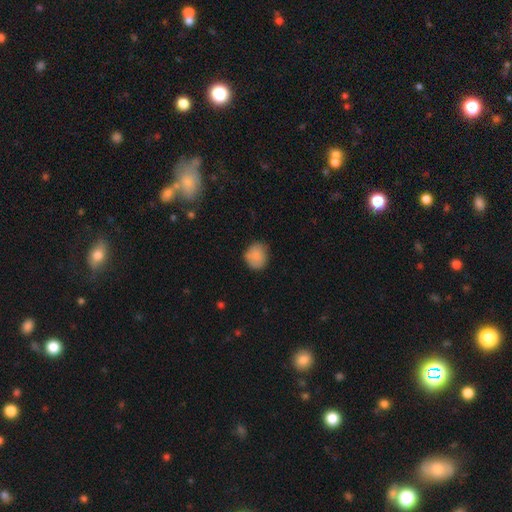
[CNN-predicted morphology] A smooth galaxy with no disk features (86%) that is round (74%).

Vote fractions:
- Smooth or featured? smooth: 86% / star or artifact: 8% / featured or disk: 6%
- How rounded? round: 74% / in between: 25% / cigar-shaped: 1%
- Merging? none: 74% / minor disturbance: 21% / major disturbance: 4% / merger: 1%